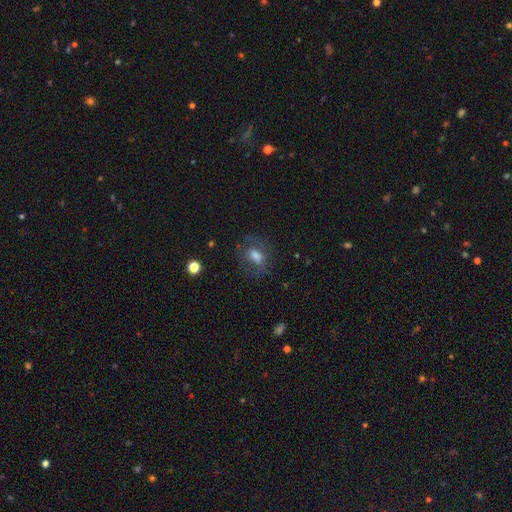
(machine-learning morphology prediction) The model was most divided on "smooth or featured": smooth: 60%, featured or disk: 26%, star or artifact: 13%. More confident: how rounded — in between (73%); merging — none (68%).